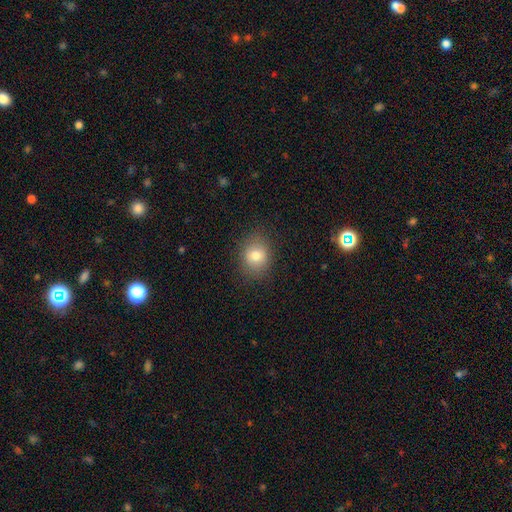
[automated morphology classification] A smooth galaxy with no disk features (78%) that is round (57%). Merging: none (85%).